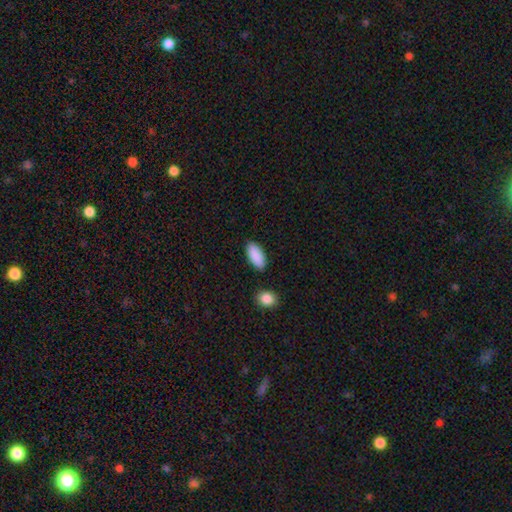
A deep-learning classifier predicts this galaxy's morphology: The model was most divided on "merging": none: 85%, minor disturbance: 9%, merger: 3%, major disturbance: 2%. More confident: smooth or featured — smooth (90%); how rounded — in between (89%).